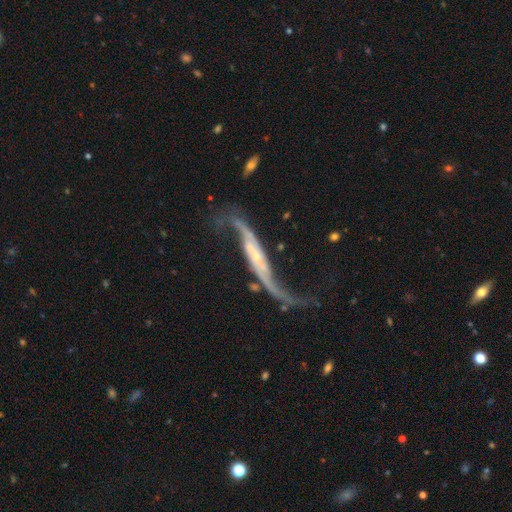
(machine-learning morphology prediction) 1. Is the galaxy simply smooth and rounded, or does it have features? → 89% featured or disk, 6% smooth, 5% star or artifact.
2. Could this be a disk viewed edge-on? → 76% no, 24% yes.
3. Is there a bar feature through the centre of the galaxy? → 43% no, 30% strong, 28% weak.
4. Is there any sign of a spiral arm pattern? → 95% yes, 5% no.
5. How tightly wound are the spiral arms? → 91% loose, 6% medium, 3% tight.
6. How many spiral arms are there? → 92% 2, 3% 1, 2% can't tell, 1% 3, 1% 4, 1% more than 4.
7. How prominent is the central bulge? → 71% small, 15% moderate, 11% none, 2% large, 2% dominant.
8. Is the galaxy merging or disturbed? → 57% none, 19% major disturbance, 18% minor disturbance, 6% merger.